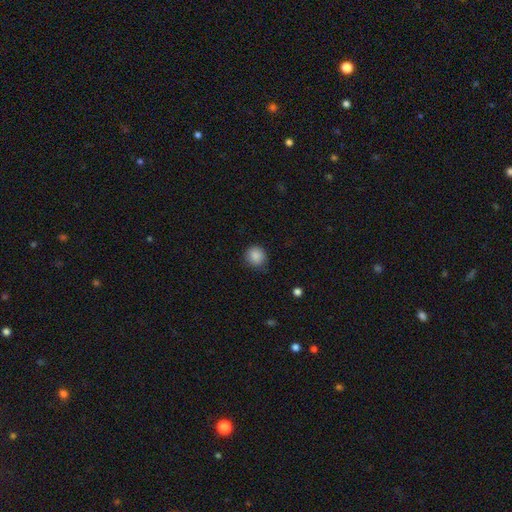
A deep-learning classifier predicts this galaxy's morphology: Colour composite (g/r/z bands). It shows a smooth galaxy with no disk features (87%) that is round (91%). Merging: none (83%).